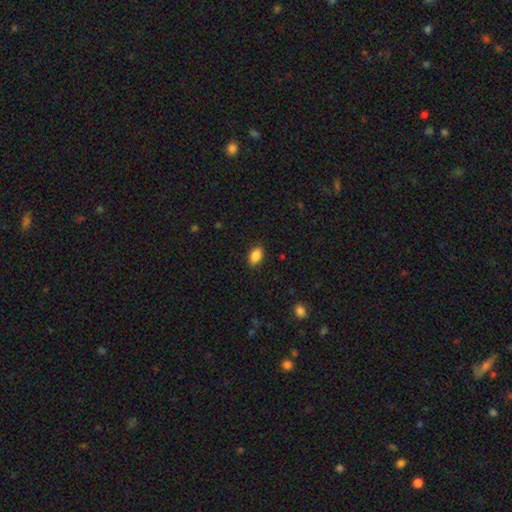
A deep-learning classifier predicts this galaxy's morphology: The model was most divided on "merging": none: 87%, minor disturbance: 10%, major disturbance: 2%, merger: 1%. More confident: smooth or featured — smooth (88%); how rounded — in between (88%).